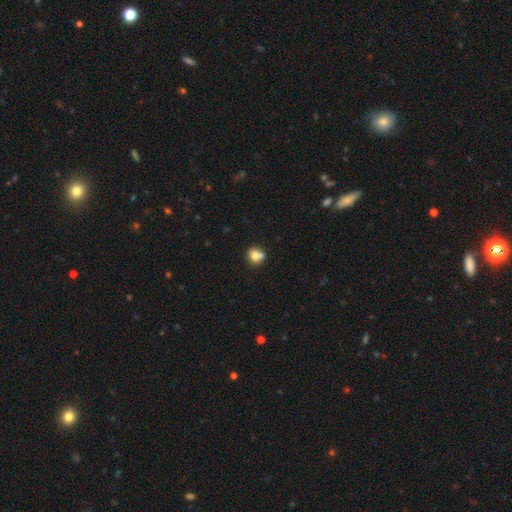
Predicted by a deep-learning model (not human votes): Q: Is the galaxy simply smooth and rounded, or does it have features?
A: smooth — 74%.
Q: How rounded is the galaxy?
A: round — 77%.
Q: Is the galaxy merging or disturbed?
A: none — 51%.